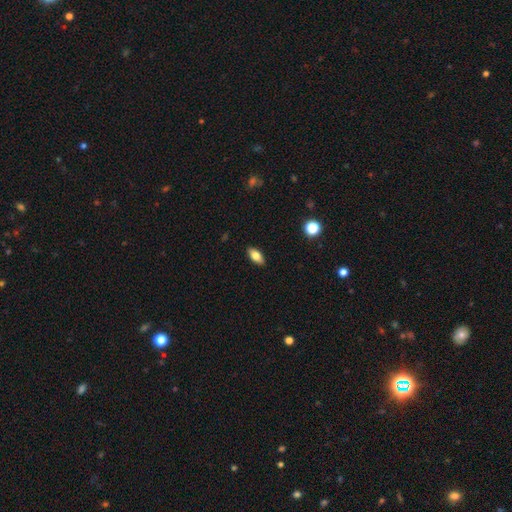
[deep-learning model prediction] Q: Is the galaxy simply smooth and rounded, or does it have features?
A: smooth — 77%.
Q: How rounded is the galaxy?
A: in between — 87%.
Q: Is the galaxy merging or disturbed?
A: none — 90%.